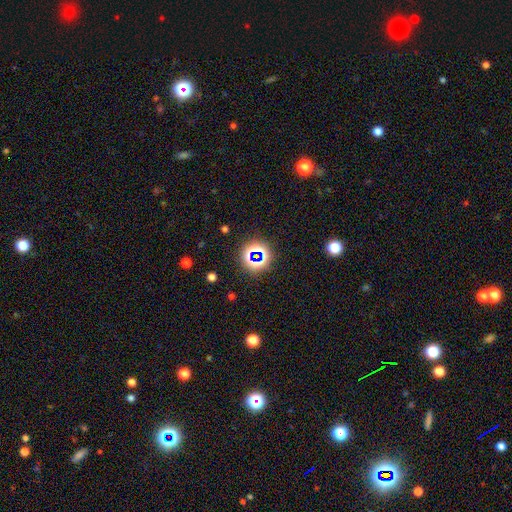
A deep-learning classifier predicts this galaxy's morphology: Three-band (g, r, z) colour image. It shows a star or artifact, not a galaxy (71%).